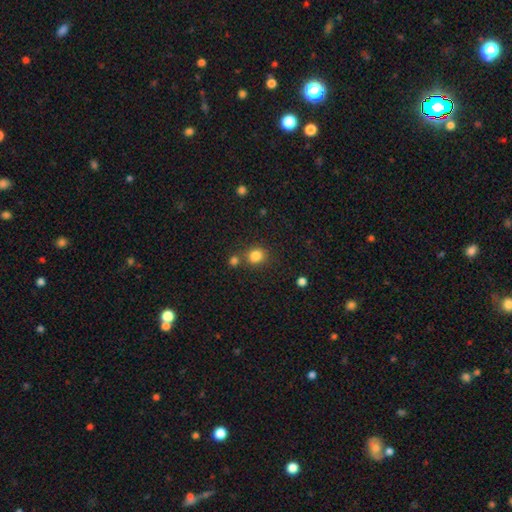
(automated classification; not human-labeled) smooth 84%, star or artifact 11%, featured or disk 5%. Down the decision tree: how rounded — round (76%); merging — none (68%).